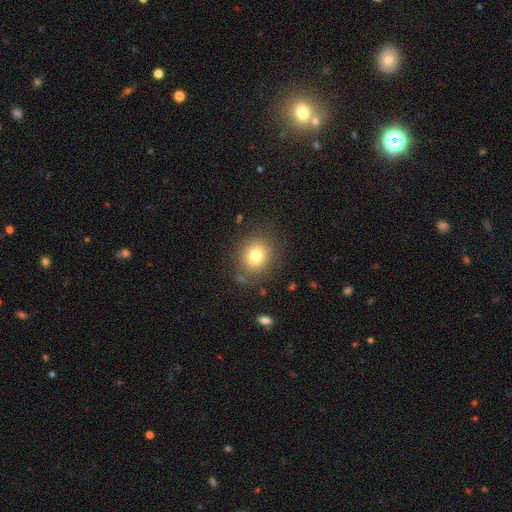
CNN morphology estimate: A smooth galaxy with no disk features (77%) that is round (70%).

Vote fractions:
- Smooth or featured? smooth: 77% / star or artifact: 12% / featured or disk: 11%
- How rounded? round: 70% / in between: 29% / cigar-shaped: 1%
- Merging? none: 82% / minor disturbance: 11% / major disturbance: 5% / merger: 2%